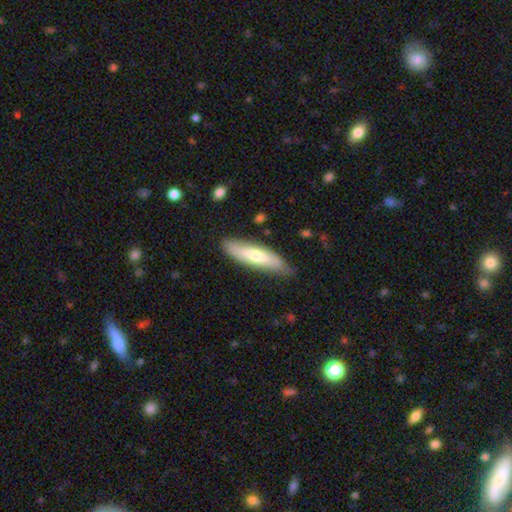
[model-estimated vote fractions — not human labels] Smooth or featured?
  - smooth: 59% *
  - featured or disk: 35%
  - star or artifact: 6%
How rounded?
  - cigar-shaped: 69% *
  - in between: 30%
  - round: 2%
Merging?
  - none: 81% *
  - minor disturbance: 15%
  - major disturbance: 2%
  - merger: 1%